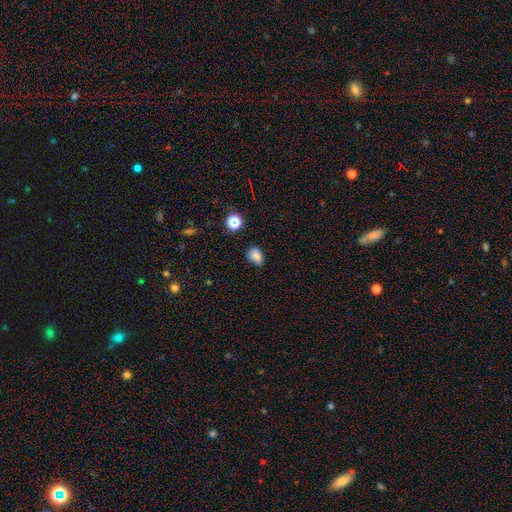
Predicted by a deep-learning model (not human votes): Overall: smooth (81%). How rounded: in between (70%). Merging: none (67%).